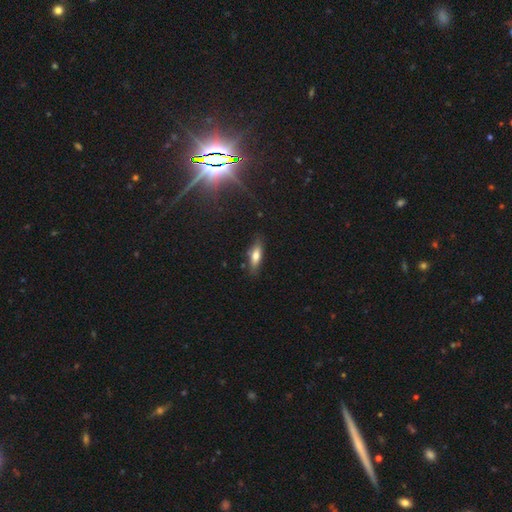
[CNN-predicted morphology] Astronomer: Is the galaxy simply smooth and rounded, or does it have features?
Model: smooth — 69%.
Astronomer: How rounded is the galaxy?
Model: in between — 50% (runner-up: cigar-shaped, 48%).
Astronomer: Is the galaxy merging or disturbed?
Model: none — 79%.